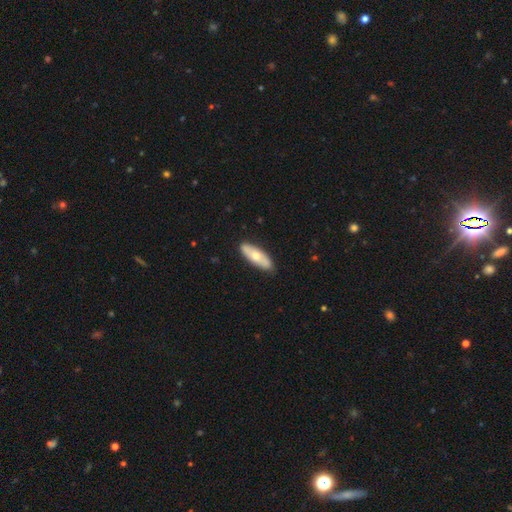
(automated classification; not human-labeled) Smooth or featured: smooth — 57% (featured or disk — 38%)
How rounded: in between — 62% (cigar-shaped — 35%)
Merging: none — 87% (minor disturbance — 10%)